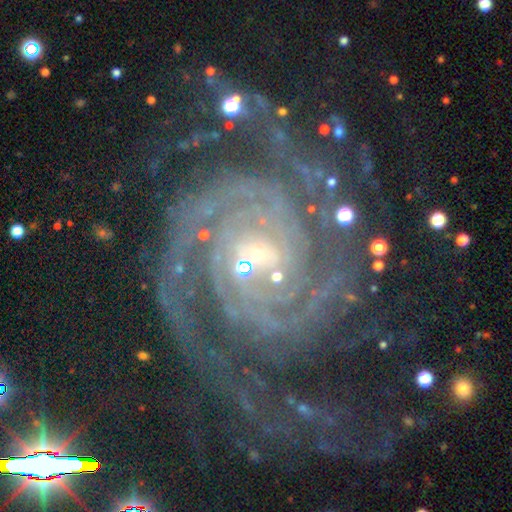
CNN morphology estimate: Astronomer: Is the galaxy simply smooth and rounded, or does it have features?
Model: featured or disk — 91%.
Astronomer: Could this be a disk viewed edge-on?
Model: no — 98%.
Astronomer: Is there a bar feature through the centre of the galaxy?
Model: no — 51% (runner-up: weak, 32%).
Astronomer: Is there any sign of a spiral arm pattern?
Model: yes — 99%.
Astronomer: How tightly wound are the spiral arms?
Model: tight — 70%.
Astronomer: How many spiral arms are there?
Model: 2 — 45%.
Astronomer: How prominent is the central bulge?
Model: small — 69%.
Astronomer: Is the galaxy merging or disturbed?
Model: none — 63%.